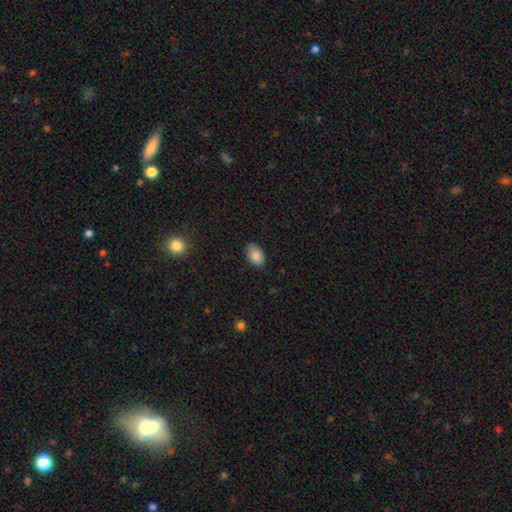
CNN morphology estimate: This is clearly a smooth galaxy (85%). How rounded: clearly in between (88%). Merging: clearly none (85%).